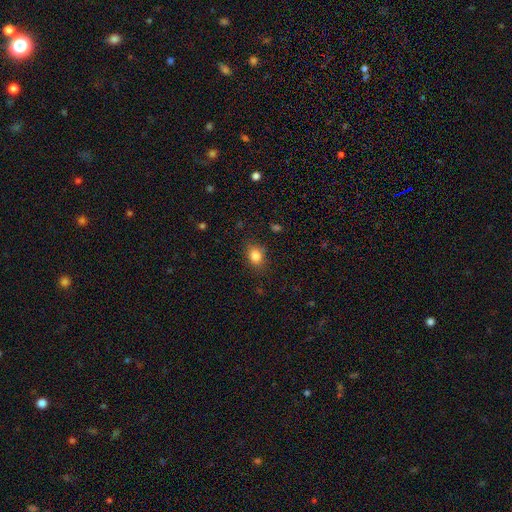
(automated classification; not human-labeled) Smooth or featured?
  - smooth: 83% *
  - star or artifact: 11%
  - featured or disk: 6%
How rounded?
  - in between: 52% *
  - round: 47%
  - cigar-shaped: 1%
Merging?
  - none: 82% *
  - minor disturbance: 13%
  - major disturbance: 3%
  - merger: 1%